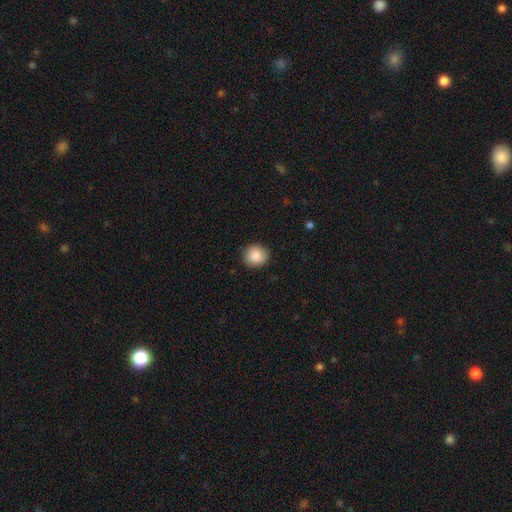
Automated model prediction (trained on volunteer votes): This is clearly a smooth galaxy (87%). How rounded: clearly round (87%). Merging: clearly none (89%).